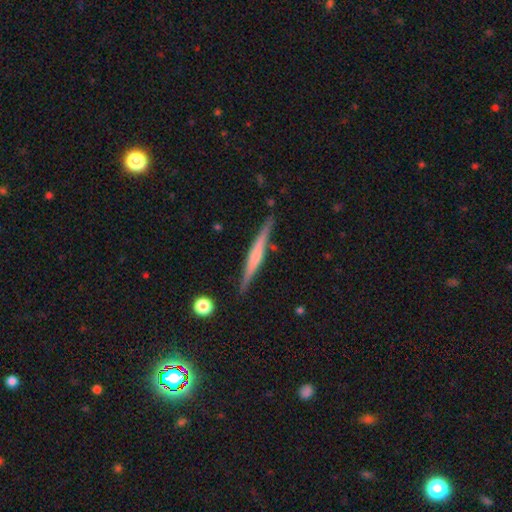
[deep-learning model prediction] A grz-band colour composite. It shows a featured or disk galaxy (62%) viewed edge-on (98%) with a rounded central bulge (43%). Merging: none (85%).